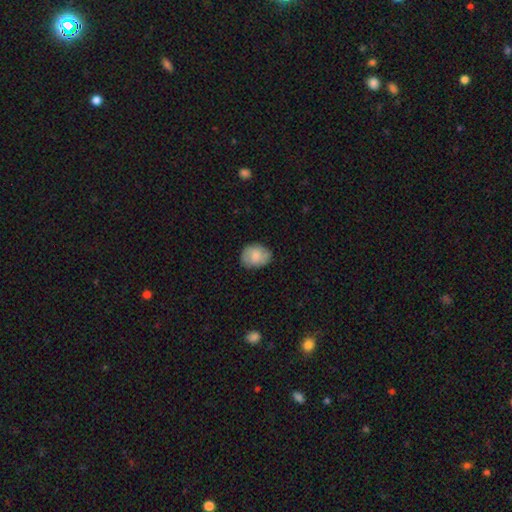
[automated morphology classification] A smooth galaxy with no disk features (71%) that is in between round and cigar-shaped (57%). Merging: none (79%).